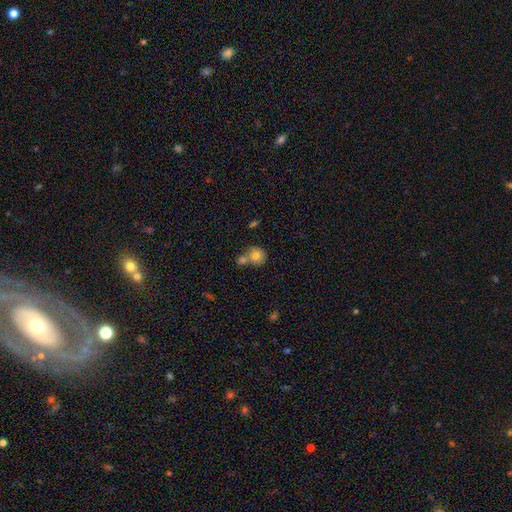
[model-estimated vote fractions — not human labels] Morphology: type=smooth (76%); roundness=round (83%); merging=none (44%).